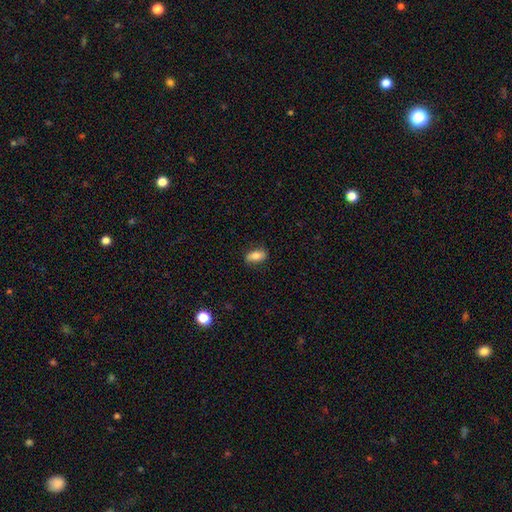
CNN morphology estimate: The model was most divided on "smooth or featured": smooth: 77%, featured or disk: 16%, star or artifact: 8%. More confident: how rounded — in between (87%); merging — none (81%).